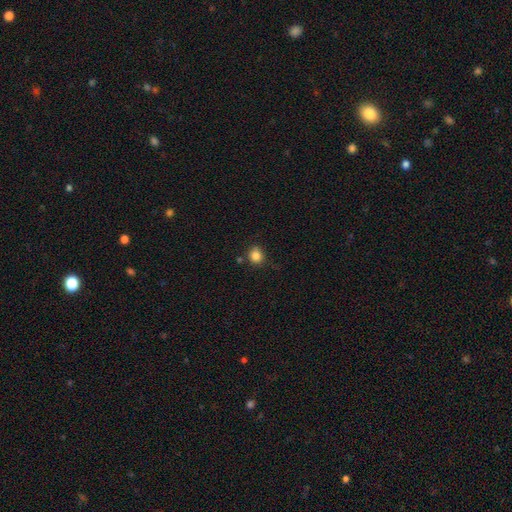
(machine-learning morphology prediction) Overall: smooth (84%). How rounded: round (83%). Merging: none (79%).